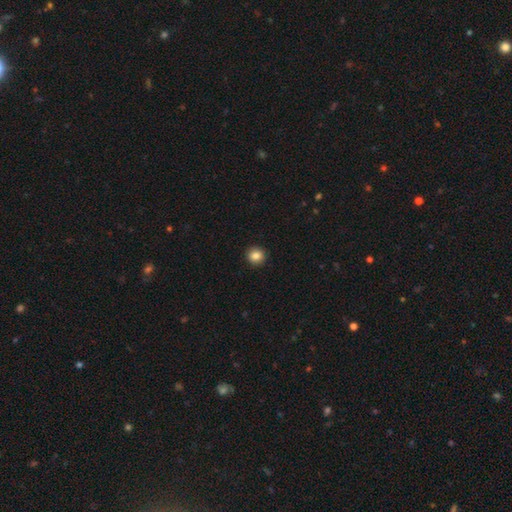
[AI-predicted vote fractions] Morphology: type=smooth (86%); roundness=round (89%); merging=none (93%).